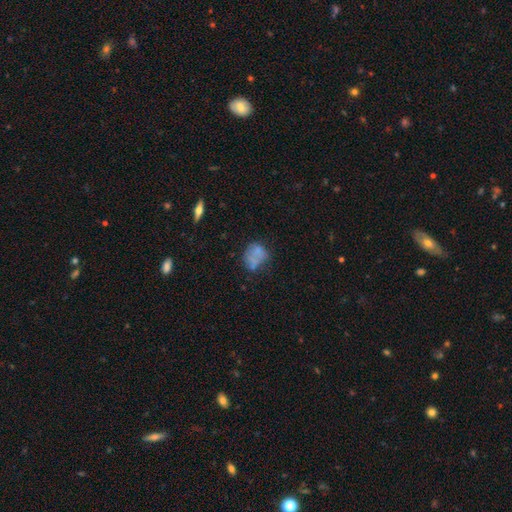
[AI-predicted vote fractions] Smooth or featured: smooth — 63% (featured or disk — 24%)
How rounded: round — 54% (in between — 44%)
Merging: none — 43% (minor disturbance — 27%)